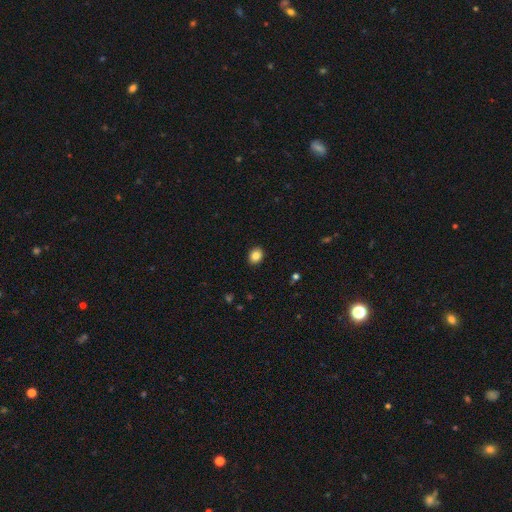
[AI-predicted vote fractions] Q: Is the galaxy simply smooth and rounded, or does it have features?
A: smooth — 85%.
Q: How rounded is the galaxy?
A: round — 54%.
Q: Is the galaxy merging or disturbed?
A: none — 91%.